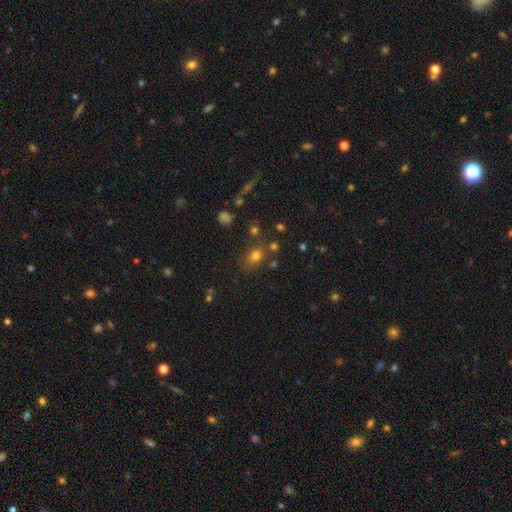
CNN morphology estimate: Q: Smooth or featured?
A: smooth (72%); runner-up: star or artifact (20%)
Q: How rounded?
A: round (52%); runner-up: in between (46%)
Q: Merging?
A: none (72%); runner-up: minor disturbance (14%)